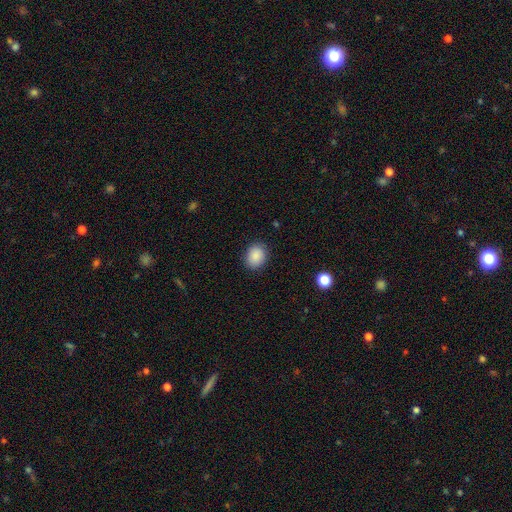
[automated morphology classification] This is clearly a smooth galaxy (88%). How rounded: possibly round (51%). Merging: clearly none (88%).